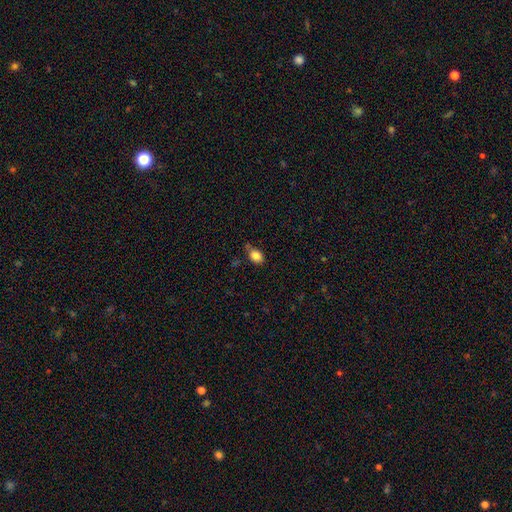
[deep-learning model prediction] smooth-or-featured: smooth: 84% | star or artifact: 10% | featured or disk: 6%
  how-rounded: in between: 74% | round: 24% | cigar-shaped: 2%
  merging: none: 62% | minor disturbance: 27% | major disturbance: 6% | merger: 5%